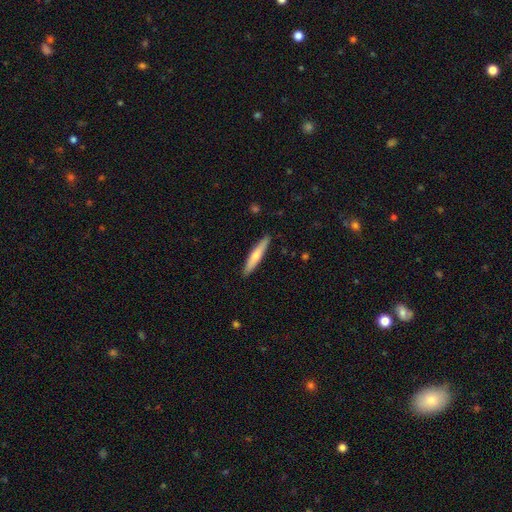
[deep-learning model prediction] smooth 63%, featured or disk 32%, star or artifact 5%. Down the decision tree: how rounded — cigar-shaped (91%); merging — none (90%).